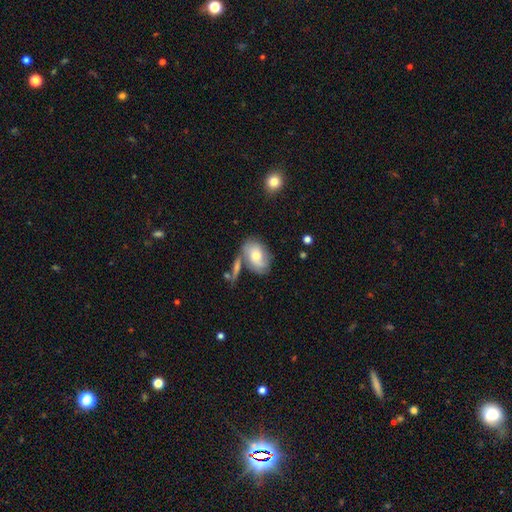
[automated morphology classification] The model was most divided on "smooth or featured": smooth: 60%, featured or disk: 33%, star or artifact: 7%. More confident: how rounded — in between (81%); merging — none (51%).